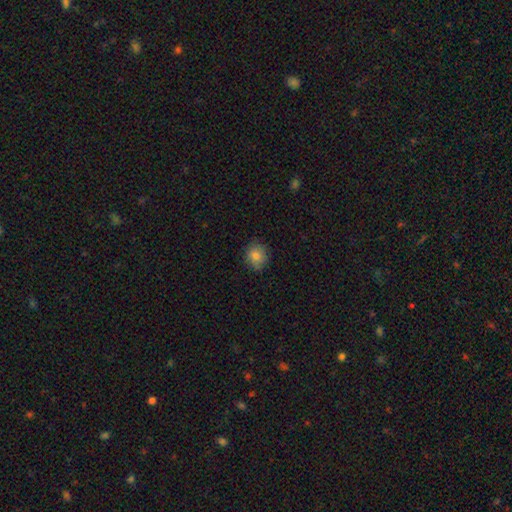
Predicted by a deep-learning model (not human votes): This appears to be a smooth galaxy with no disk features (84%) that is round (79%). Merging: none (83%).